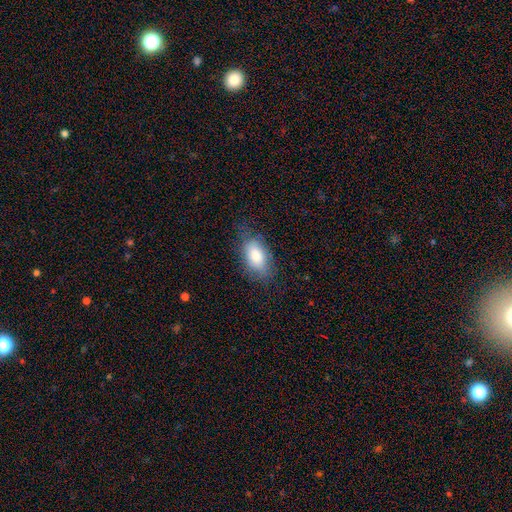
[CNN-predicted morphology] smooth 81%, featured or disk 11%, star or artifact 7%. Down the decision tree: how rounded — in between (92%); merging — none (72%).